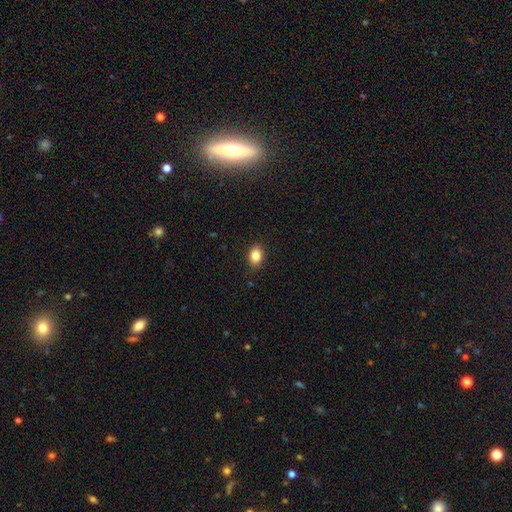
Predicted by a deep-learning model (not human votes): Q: Smooth or featured?
A: smooth (85%); runner-up: star or artifact (9%)
Q: How rounded?
A: in between (74%); runner-up: round (24%)
Q: Merging?
A: none (86%); runner-up: minor disturbance (11%)